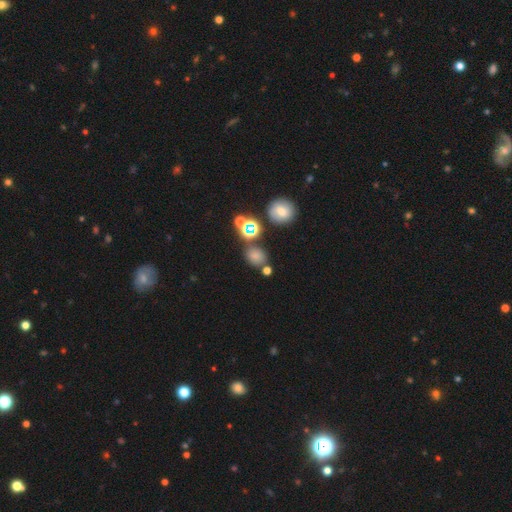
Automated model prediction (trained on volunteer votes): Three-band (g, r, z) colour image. It shows a smooth galaxy with no disk features (68%) that is round (65%). Merging: none (68%).